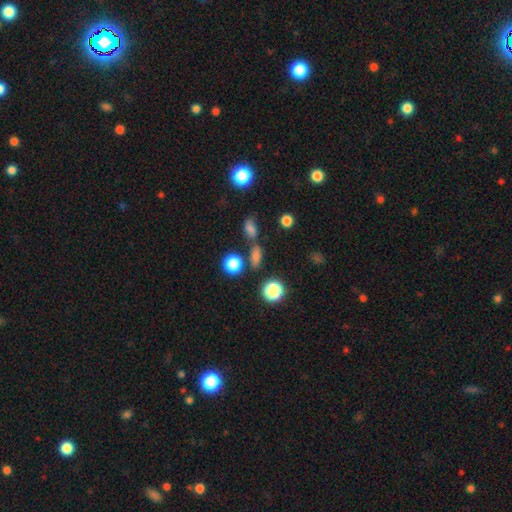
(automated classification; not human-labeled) A smooth galaxy with no disk features (58%) that is in between round and cigar-shaped (52%).

Vote fractions:
- Smooth or featured? smooth: 58% / star or artifact: 31% / featured or disk: 12%
- How rounded? in between: 52% / round: 37% / cigar-shaped: 12%
- Merging? none: 63% / merger: 19% / minor disturbance: 11% / major disturbance: 6%